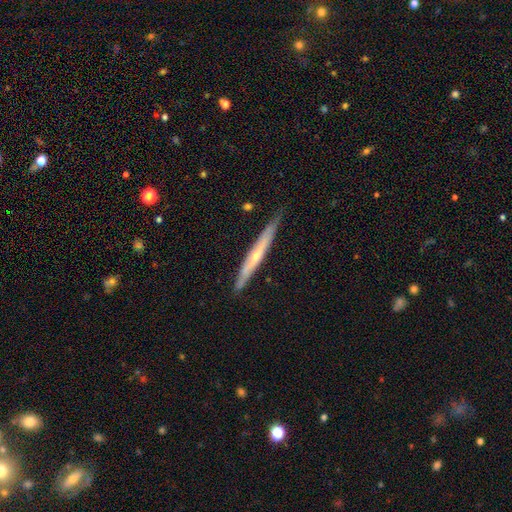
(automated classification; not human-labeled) Smooth or featured: featured or disk — 61% (smooth — 33%)
Edge-on disk: yes — 93% (no — 7%)
Edge-on bulge: rounded — 56% (none — 41%)
Merging: none — 81% (minor disturbance — 15%)